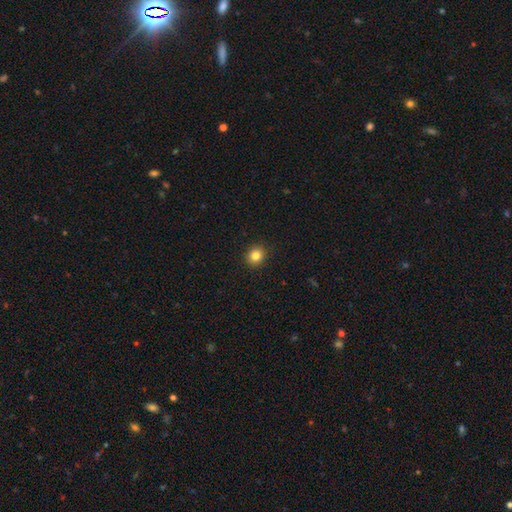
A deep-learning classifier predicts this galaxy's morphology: Smooth or featured? Predicted: smooth (p=0.83). How rounded? Predicted: round (p=0.82). Merging? Predicted: none (p=0.92).